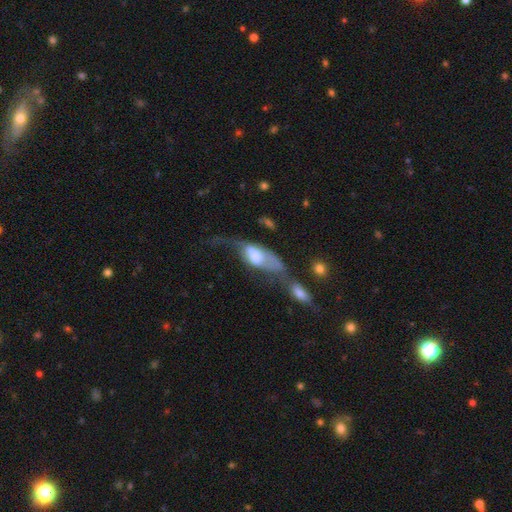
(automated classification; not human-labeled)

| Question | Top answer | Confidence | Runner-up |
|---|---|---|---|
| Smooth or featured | featured or disk | 48% | smooth (45%) |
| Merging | merger | 47% | major disturbance (32%) |